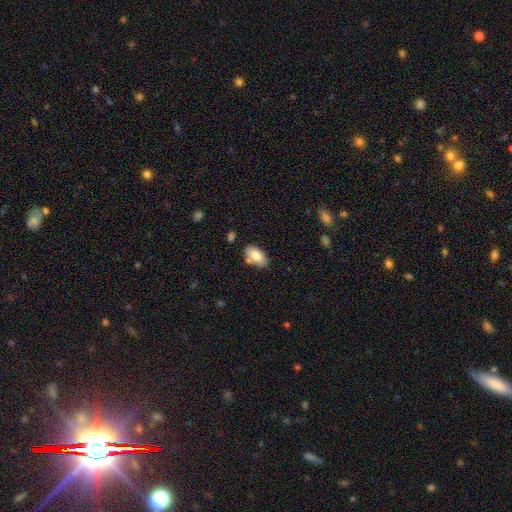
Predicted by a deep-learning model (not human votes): This appears to be a smooth galaxy with no disk features (79%) that is in between round and cigar-shaped (93%). Merging: none (73%).